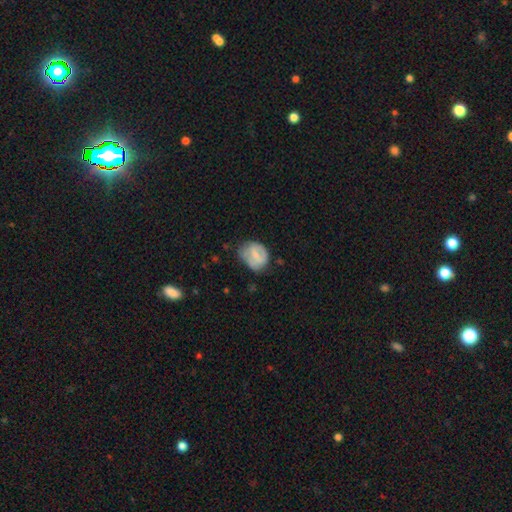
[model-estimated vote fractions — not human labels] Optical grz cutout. It shows a smooth galaxy with no disk features (56%) that is round (51%). Merging: none (45%).